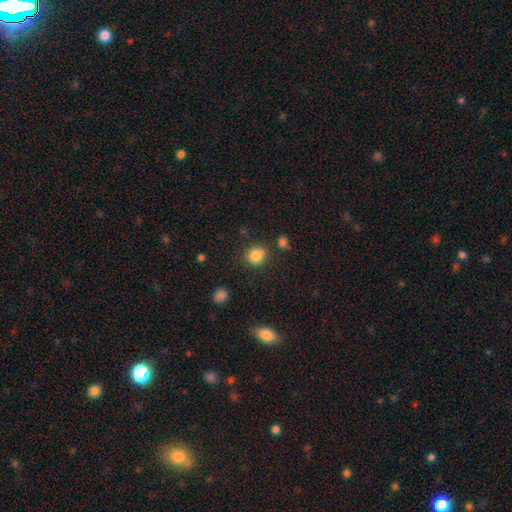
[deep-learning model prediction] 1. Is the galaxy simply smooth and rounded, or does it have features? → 83% smooth, 11% star or artifact, 6% featured or disk.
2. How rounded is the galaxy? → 84% round, 15% in between, 1% cigar-shaped.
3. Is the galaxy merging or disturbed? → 77% none, 13% minor disturbance, 7% merger, 4% major disturbance.